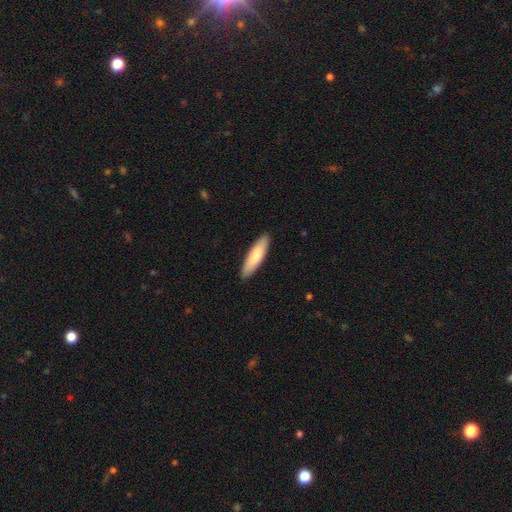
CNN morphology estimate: type=smooth (81%); roundness=cigar-shaped (66%); merging=none (90%).